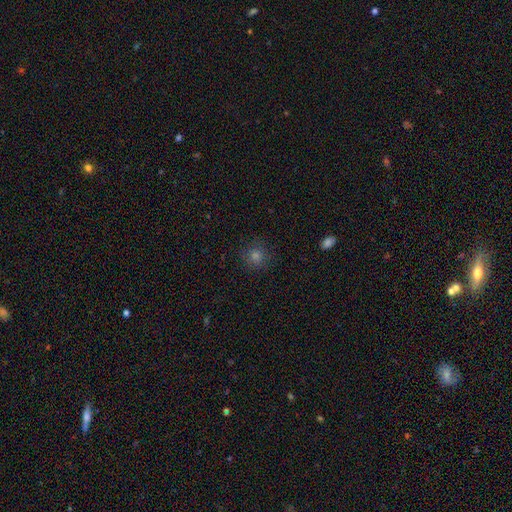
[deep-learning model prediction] Overall: smooth (70%). How rounded: round (94%). Merging: none (89%).